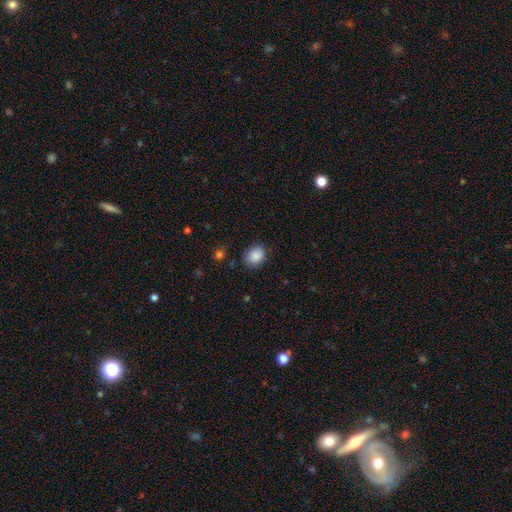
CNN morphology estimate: This is clearly a smooth galaxy (88%). How rounded: possibly in between (57%). Merging: clearly none (81%).